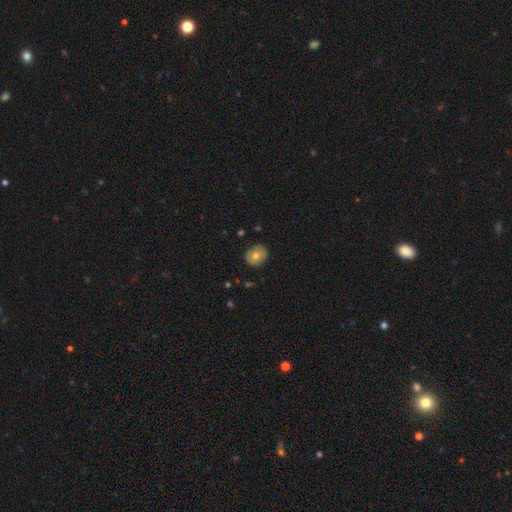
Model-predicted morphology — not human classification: Smooth or featured? smooth (70%)
How rounded? round (75%)
Merging? none (86%)